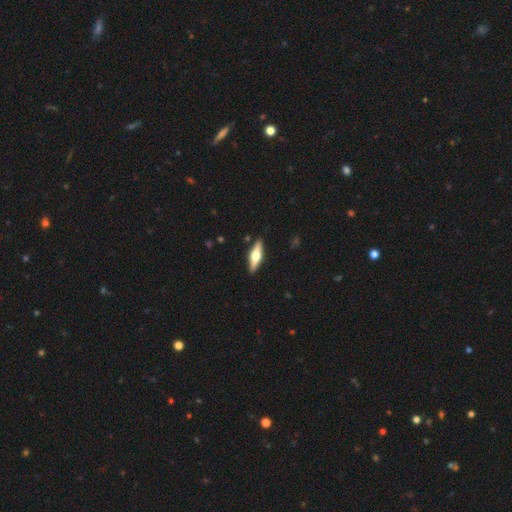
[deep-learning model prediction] This is possibly a featured or disk galaxy (59%). It is clearly viewed edge-on (94%). Edge-on bulge: clearly rounded (95%). Merging: clearly none (90%).